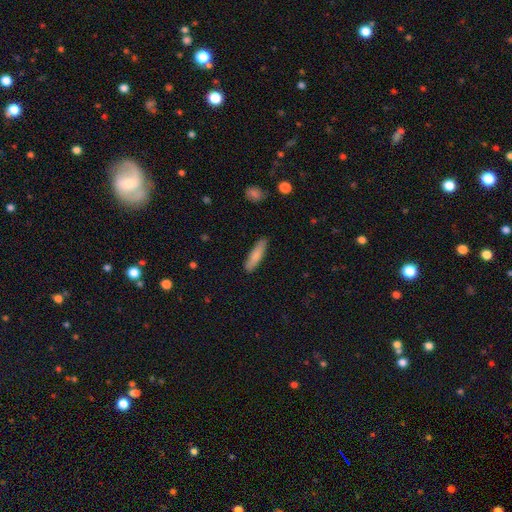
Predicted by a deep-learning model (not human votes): Smooth or featured: smooth — 82% (featured or disk — 12%)
How rounded: cigar-shaped — 73% (in between — 25%)
Merging: none — 87% (minor disturbance — 10%)